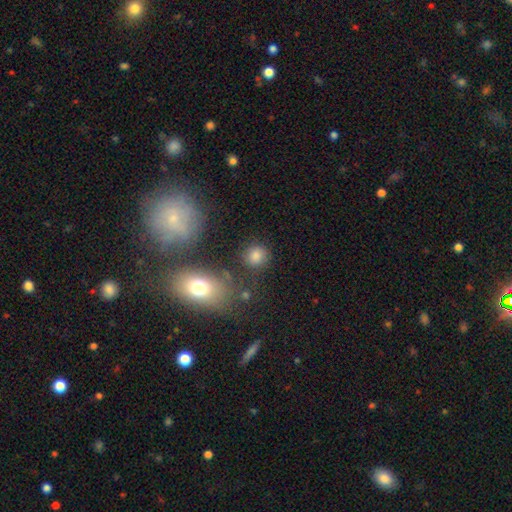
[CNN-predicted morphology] This is likely a smooth galaxy (78%). How rounded: likely round (80%). Merging: likely none (78%).